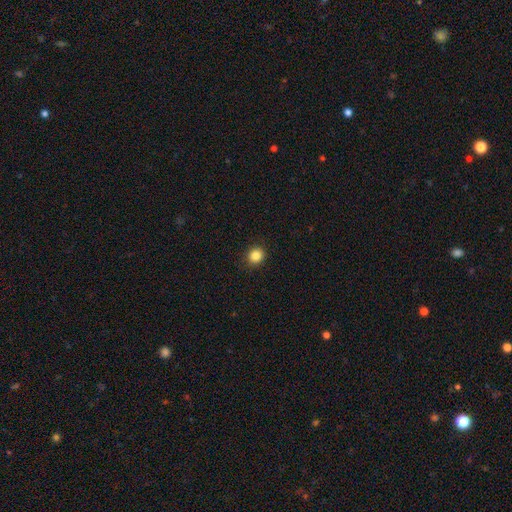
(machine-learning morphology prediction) smooth 85%, star or artifact 11%, featured or disk 4%. Down the decision tree: how rounded — round (83%); merging — none (90%).